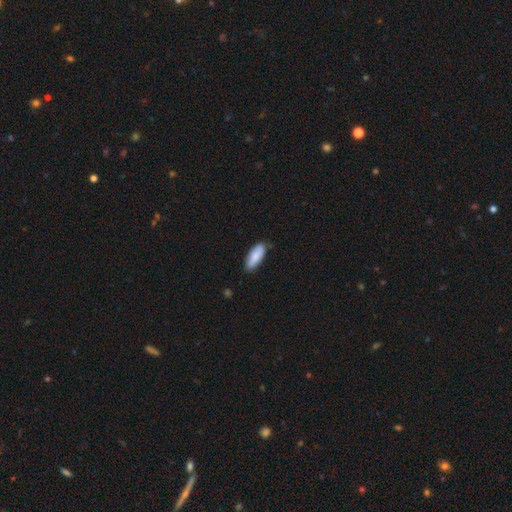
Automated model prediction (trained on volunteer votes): A smooth galaxy with no disk features (85%) that is in between round and cigar-shaped (73%). Merging: none (81%).